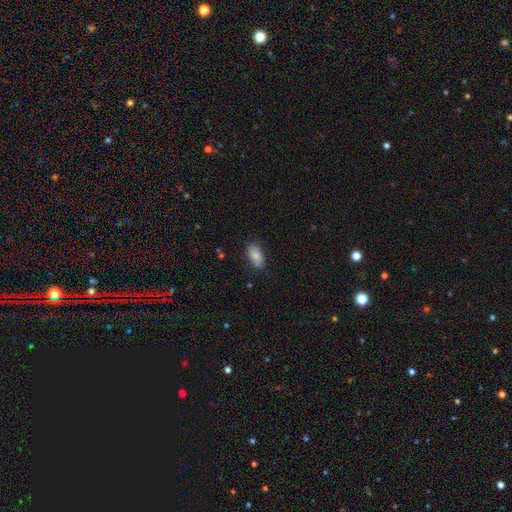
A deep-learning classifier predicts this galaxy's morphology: smooth-or-featured: smooth: 82% | featured or disk: 11% | star or artifact: 7%
  how-rounded: in between: 92% | cigar-shaped: 5% | round: 4%
  merging: none: 77% | minor disturbance: 18% | major disturbance: 3% | merger: 2%